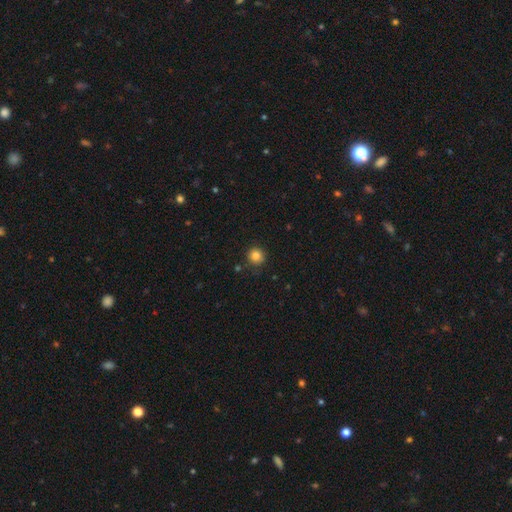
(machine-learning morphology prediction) Smooth or featured? smooth (84%)
How rounded? round (93%)
Merging? none (86%)